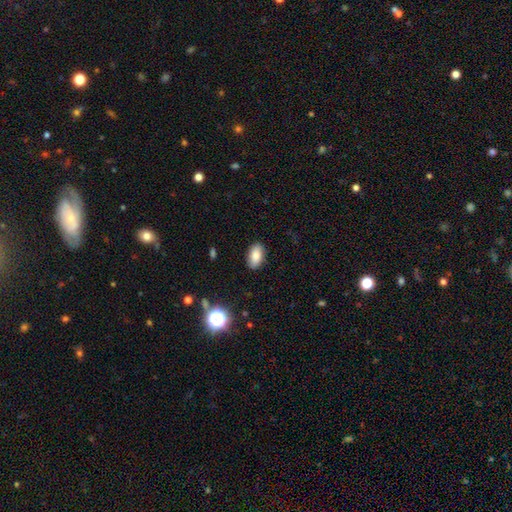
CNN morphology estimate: smooth-or-featured: smooth: 82% | featured or disk: 9% | star or artifact: 9%
  how-rounded: in between: 93% | round: 5% | cigar-shaped: 2%
  merging: none: 87% | minor disturbance: 10% | major disturbance: 2% | merger: 1%